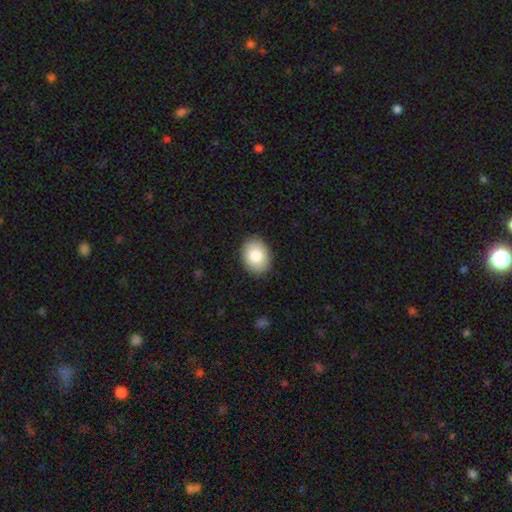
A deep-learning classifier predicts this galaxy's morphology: This is clearly a smooth galaxy (81%). How rounded: likely in between (68%). Merging: clearly none (89%).